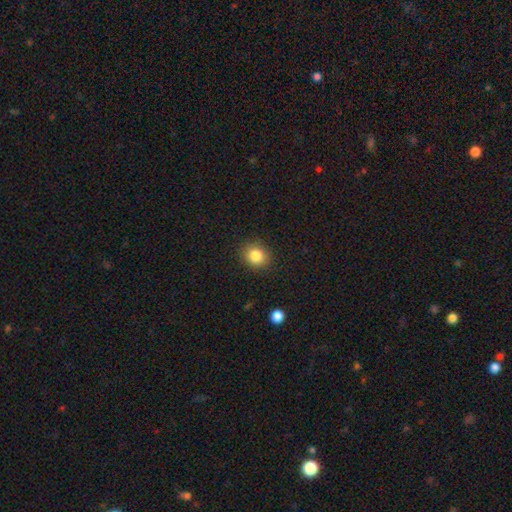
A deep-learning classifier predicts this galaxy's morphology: A smooth galaxy with no disk features (84%) that is round (74%). Merging: none (89%).